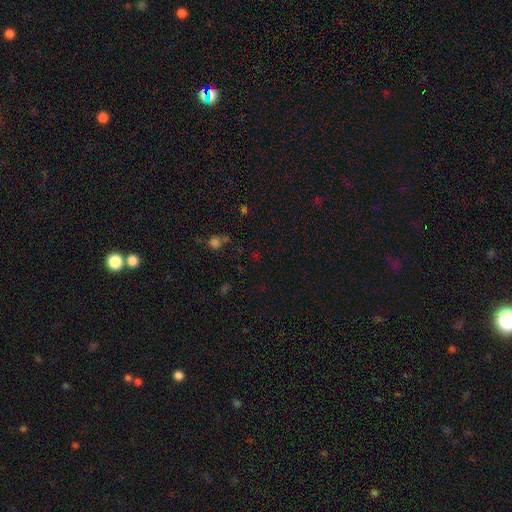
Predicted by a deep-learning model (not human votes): Smooth or featured: star or artifact — 55% (smooth — 37%)